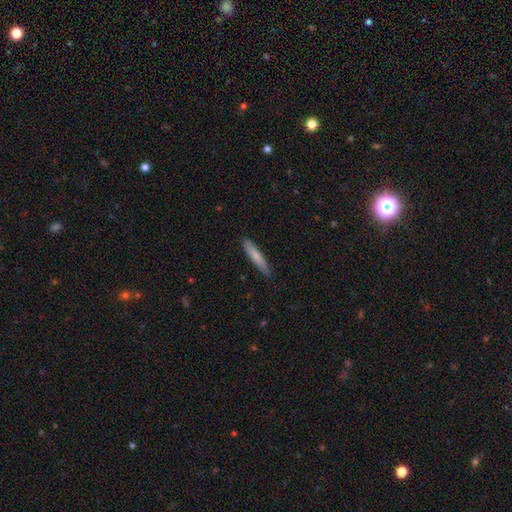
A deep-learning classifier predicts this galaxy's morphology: smooth 75%, featured or disk 20%, star or artifact 5%. Down the decision tree: how rounded — cigar-shaped (91%); merging — none (87%).